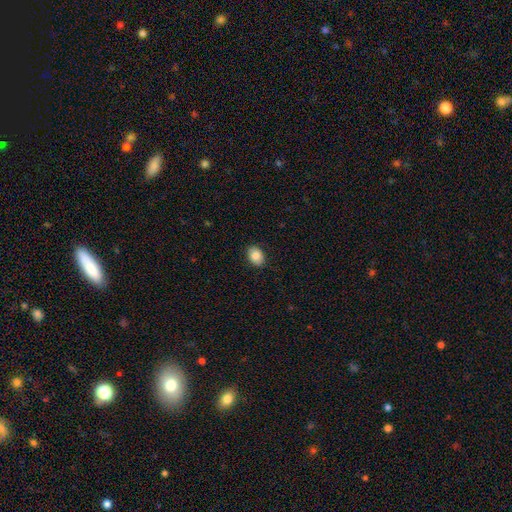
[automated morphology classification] smooth-or-featured: smooth: 85% | star or artifact: 8% | featured or disk: 8%
  how-rounded: in between: 68% | round: 31% | cigar-shaped: 1%
  merging: none: 89% | minor disturbance: 8% | major disturbance: 2% | merger: 1%